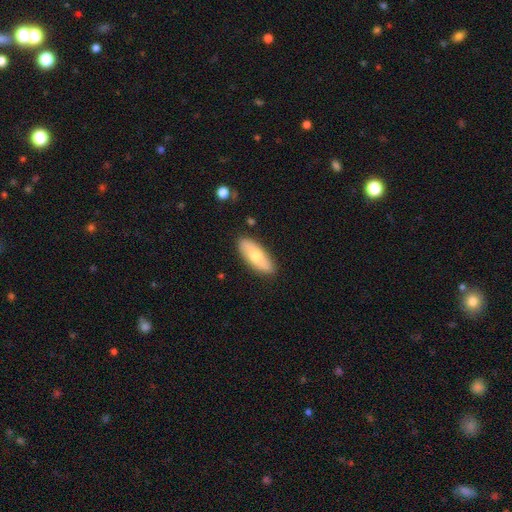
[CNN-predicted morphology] Overall: smooth (66%; featured or disk 29%). How rounded: in between (77%). Merging: none (87%).